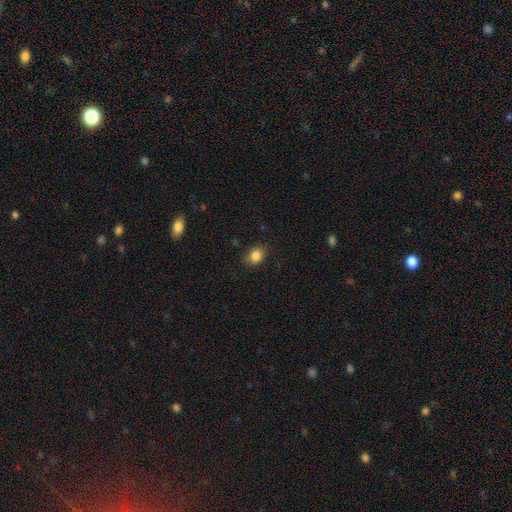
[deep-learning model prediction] Overall: smooth (85%). How rounded: round (59%; in between 40%). Merging: none (81%).